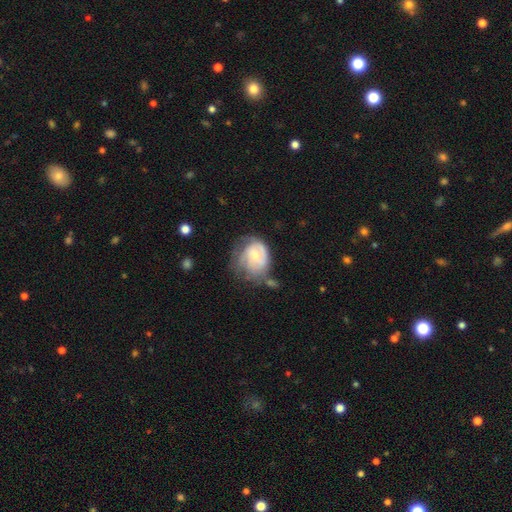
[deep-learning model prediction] Smooth or featured? featured or disk (60%)
Edge-on disk? no (97%)
Bar? no (65%)
Spiral arms? yes (74%)
Bulge size? small (47%)
Merging? none (33%)